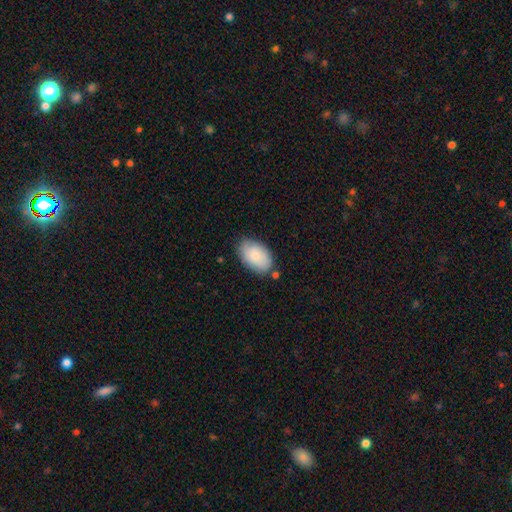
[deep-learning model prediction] Smooth or featured?
  - smooth: 77% *
  - featured or disk: 17%
  - star or artifact: 6%
How rounded?
  - in between: 92% *
  - round: 7%
  - cigar-shaped: 1%
Merging?
  - none: 74% *
  - minor disturbance: 19%
  - major disturbance: 4%
  - merger: 3%